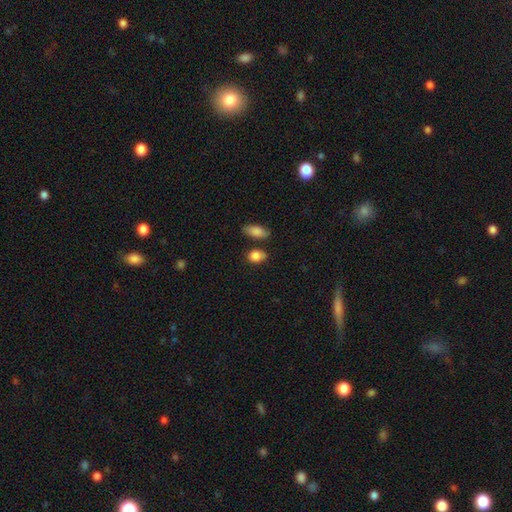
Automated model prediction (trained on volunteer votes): Morphology: type=smooth (86%); roundness=in between (63%); merging=none (64%).